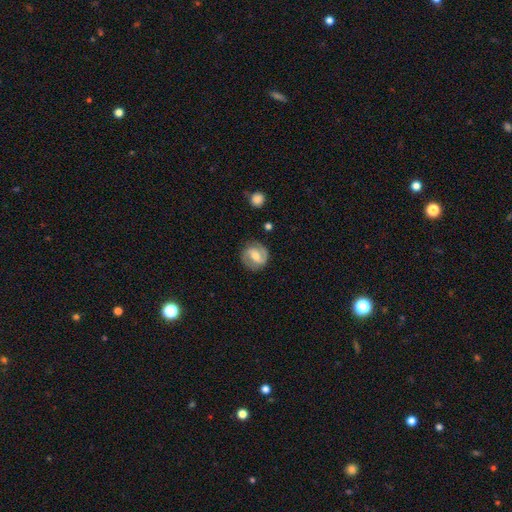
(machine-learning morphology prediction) featured or disk 77%, smooth 18%, star or artifact 6%. Down the decision tree: edge-on disk — no (97%); bar — weak (42%); spiral arms — yes (92%); spiral arm count — 2 (89%); spiral winding — medium (48%); bulge size — moderate (64%); merging — none (84%).